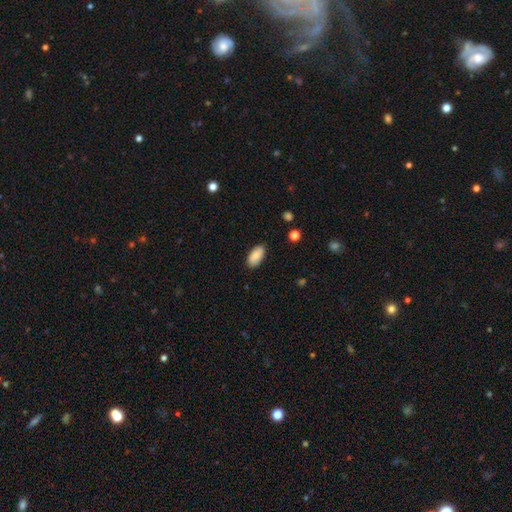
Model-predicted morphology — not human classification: Smooth or featured? Predicted: smooth (p=0.86). How rounded? Predicted: in between (p=0.94). Merging? Predicted: none (p=0.86).